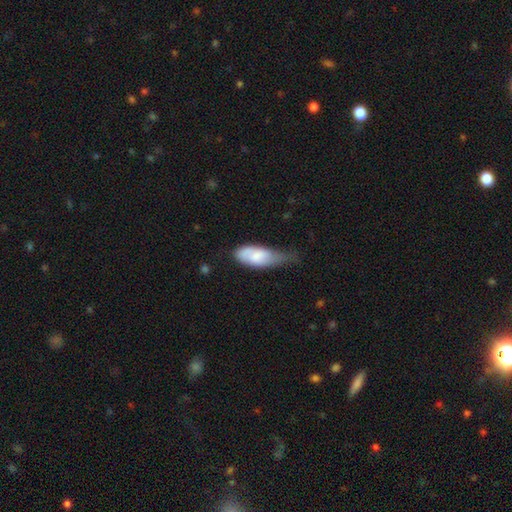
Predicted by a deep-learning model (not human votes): A smooth galaxy with no disk features (75%) that is in between round and cigar-shaped (82%).

Vote fractions:
- Smooth or featured? smooth: 75% / featured or disk: 19% / star or artifact: 6%
- How rounded? in between: 82% / cigar-shaped: 16% / round: 2%
- Merging? minor disturbance: 49% / major disturbance: 25% / none: 23% / merger: 3%